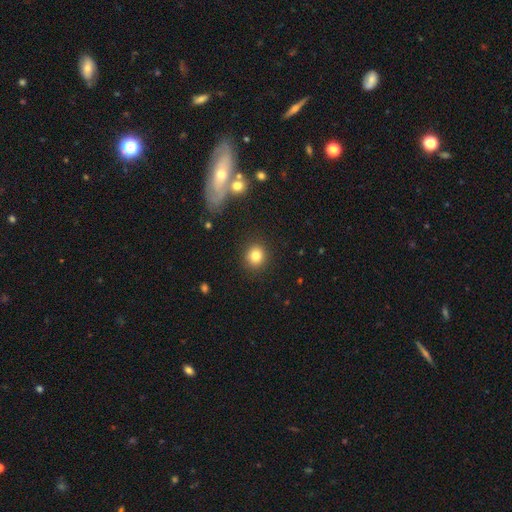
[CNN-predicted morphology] Overall: smooth (82%). How rounded: round (86%). Merging: none (90%).